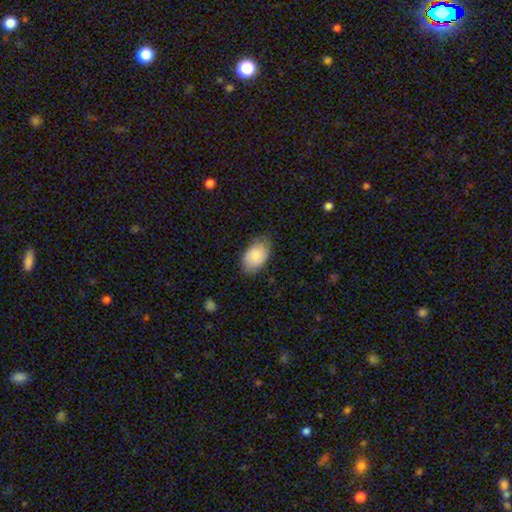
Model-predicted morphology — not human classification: Smooth or featured? Predicted: smooth (p=0.87). How rounded? Predicted: in between (p=0.92). Merging? Predicted: none (p=0.75).